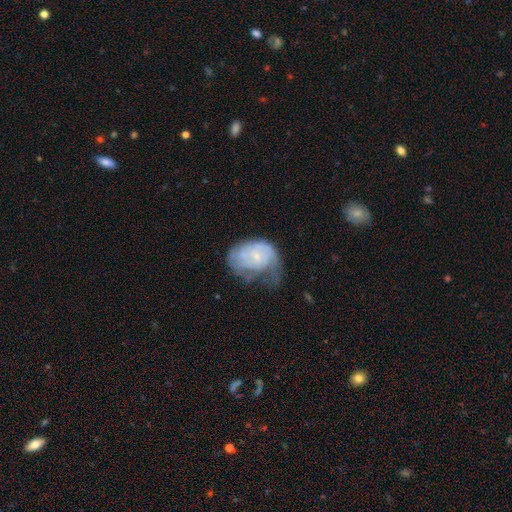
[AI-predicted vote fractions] The model was most divided on "merging": major disturbance: 39%, minor disturbance: 30%, none: 27%, merger: 4%. Remaining: edge-on disk — no (97%); spiral arms — yes (81%); bulge size — small (72%); bar — no (69%); smooth or featured — featured or disk (66%); spiral winding — tight (50%); spiral arm count — can't tell (39%).